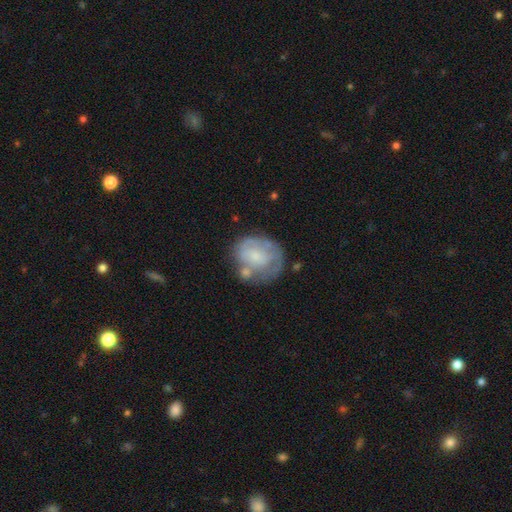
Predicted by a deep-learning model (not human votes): The model was most divided on "smooth or featured": featured or disk: 51%, smooth: 42%, star or artifact: 7%. Remaining: edge-on disk — no (97%); merging — none (47%).